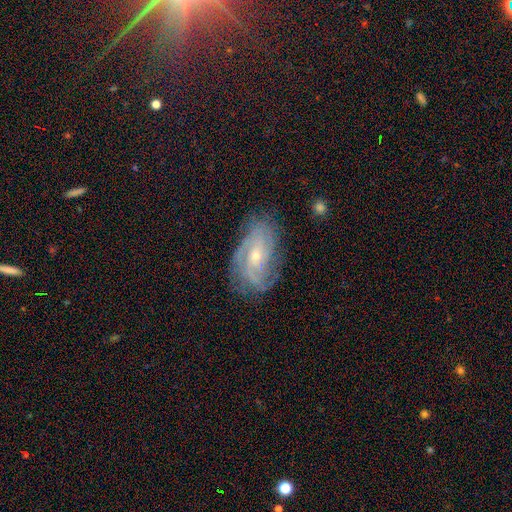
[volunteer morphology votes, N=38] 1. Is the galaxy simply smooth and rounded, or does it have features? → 87% featured or disk, 8% star or artifact, 5% smooth.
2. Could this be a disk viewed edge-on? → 88% no, 12% yes.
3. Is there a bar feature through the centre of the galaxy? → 69% no, 24% weak, 7% strong.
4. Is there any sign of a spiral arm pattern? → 100% yes, 0% no.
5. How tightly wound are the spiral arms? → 66% medium, 28% tight, 7% loose.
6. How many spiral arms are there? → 55% can't tell, 21% 2, 7% 1, 7% 3, 7% more than 4, 3% 4.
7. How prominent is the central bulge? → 72% moderate, 24% small, 3% dominant, 0% large, 0% none.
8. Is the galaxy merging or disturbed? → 60% none, 26% minor disturbance, 14% major disturbance, 0% merger.